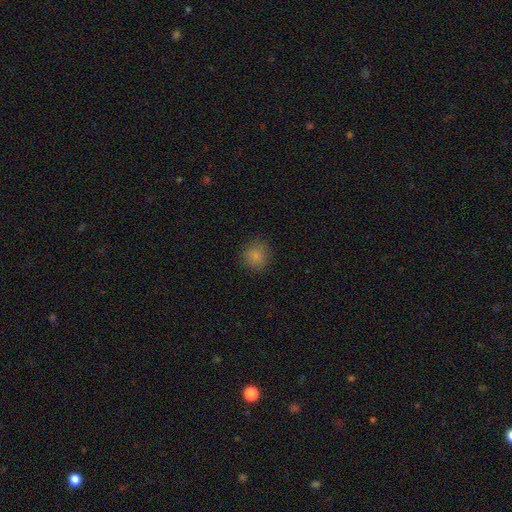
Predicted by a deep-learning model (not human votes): The model was most divided on "smooth or featured": smooth: 82%, star or artifact: 12%, featured or disk: 6%. More confident: how rounded — round (89%); merging — none (85%).